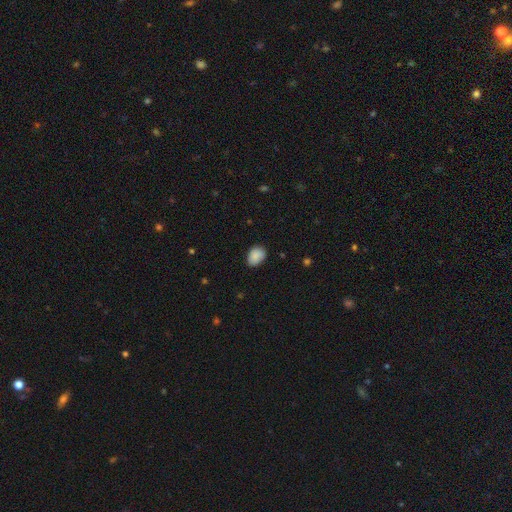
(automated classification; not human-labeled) A smooth galaxy with no disk features (87%) that is in between round and cigar-shaped (73%).

Vote fractions:
- Smooth or featured? smooth: 87% / star or artifact: 8% / featured or disk: 5%
- How rounded? in between: 73% / round: 26% / cigar-shaped: 1%
- Merging? none: 73% / minor disturbance: 22% / major disturbance: 4% / merger: 1%